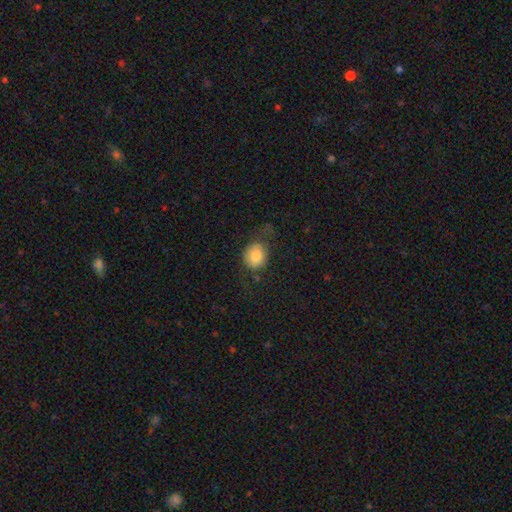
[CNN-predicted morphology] smooth-or-featured: smooth: 81% | featured or disk: 12% | star or artifact: 8%
  how-rounded: round: 66% | in between: 33% | cigar-shaped: 1%
  merging: none: 57% | minor disturbance: 24% | major disturbance: 16% | merger: 2%